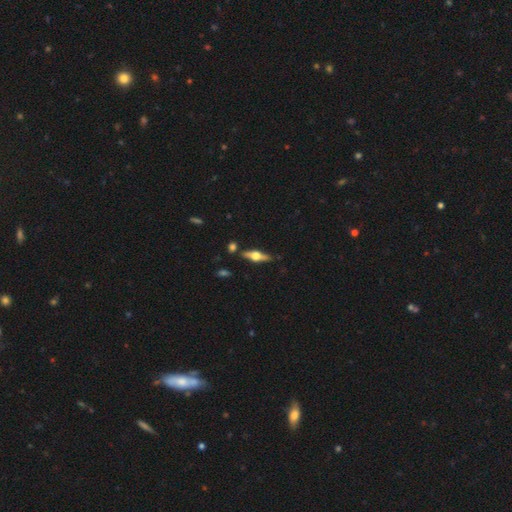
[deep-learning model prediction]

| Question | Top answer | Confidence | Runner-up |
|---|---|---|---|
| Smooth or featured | featured or disk | 71% | smooth (23%) |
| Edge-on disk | yes | 96% | no (4%) |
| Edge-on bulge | rounded | 94% | boxy (4%) |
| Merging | none | 84% | minor disturbance (10%) |